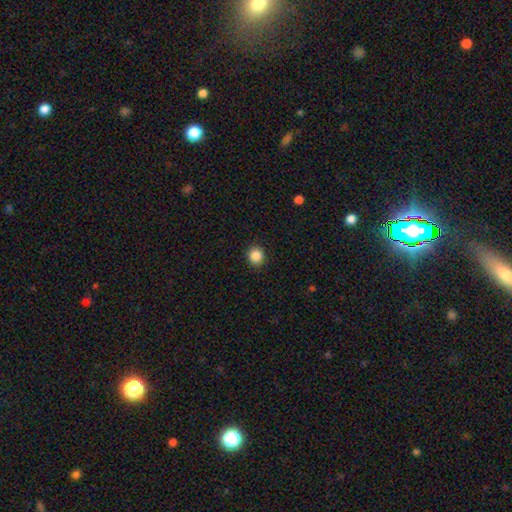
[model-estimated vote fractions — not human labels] A smooth galaxy with no disk features (86%) that is round (90%). Merging: none (92%).